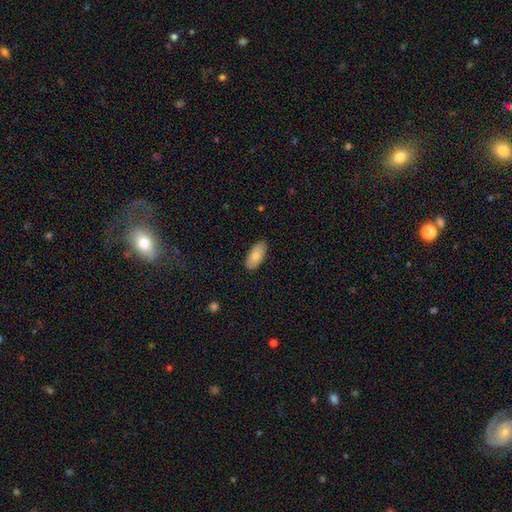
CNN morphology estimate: Smooth or featured: smooth — 75% (featured or disk — 19%)
How rounded: in between — 92% (cigar-shaped — 5%)
Merging: none — 84% (minor disturbance — 13%)